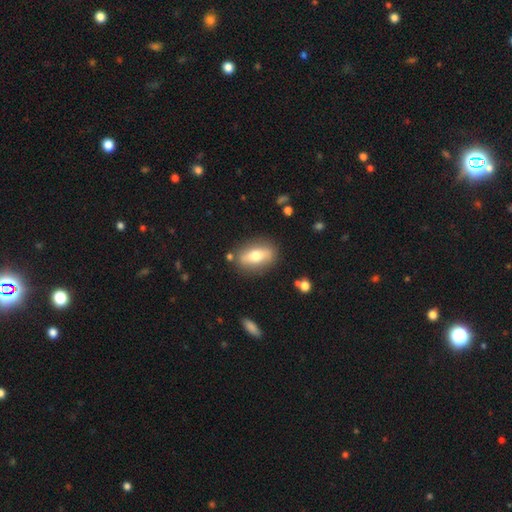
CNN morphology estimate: smooth-or-featured: smooth: 58% | featured or disk: 35% | star or artifact: 7%
  how-rounded: in between: 77% | cigar-shaped: 15% | round: 9%
  merging: none: 83% | minor disturbance: 11% | major disturbance: 3% | merger: 3%